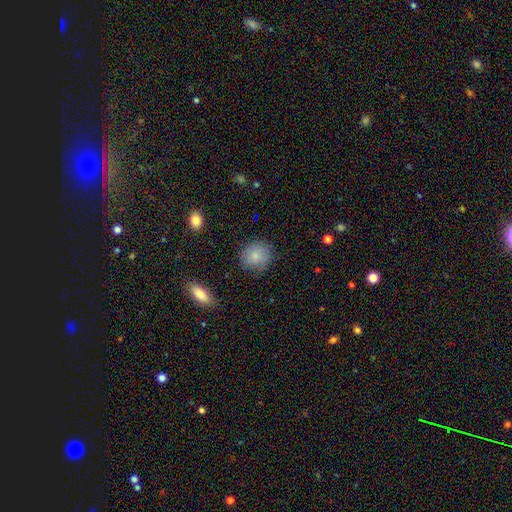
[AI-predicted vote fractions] Overall: smooth (84%). How rounded: round (76%). Merging: none (82%).